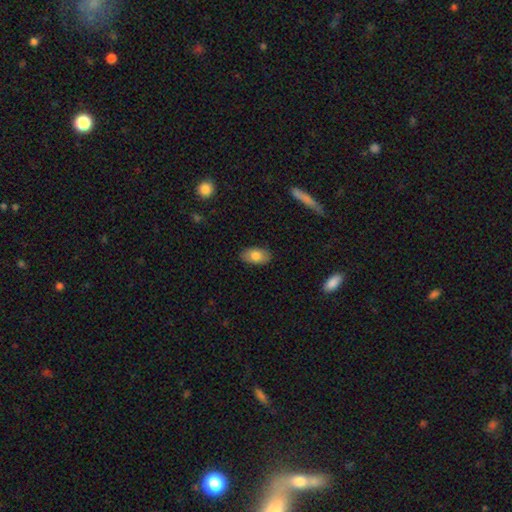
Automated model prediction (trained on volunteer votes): The model was most divided on "smooth or featured": smooth: 81%, featured or disk: 12%, star or artifact: 7%. More confident: how rounded — in between (93%); merging — none (86%).